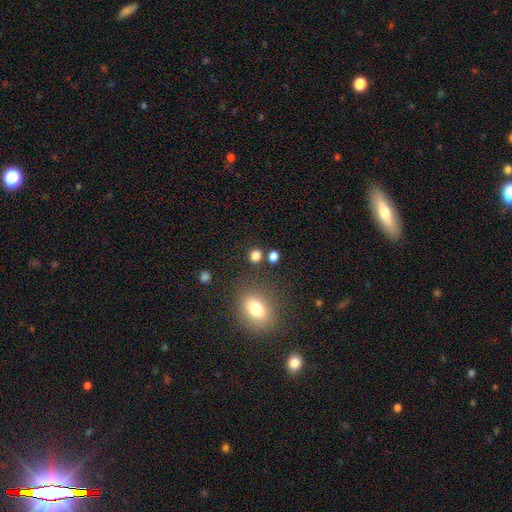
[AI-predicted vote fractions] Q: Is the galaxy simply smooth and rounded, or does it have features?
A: smooth — 80%.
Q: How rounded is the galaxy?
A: round — 80%.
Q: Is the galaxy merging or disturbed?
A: none — 80%.